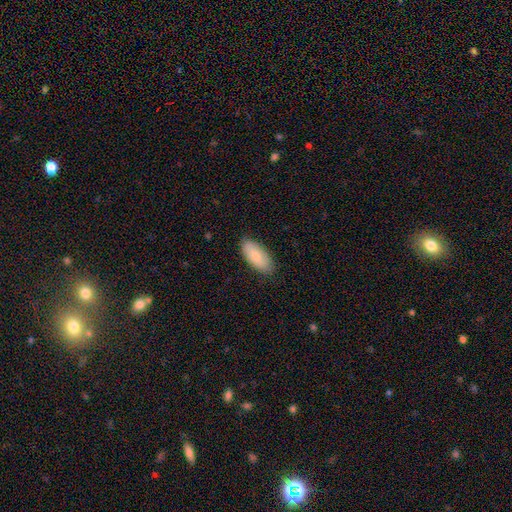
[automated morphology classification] Smooth or featured?
  - smooth: 81% *
  - featured or disk: 14%
  - star or artifact: 6%
How rounded?
  - in between: 89% *
  - cigar-shaped: 9%
  - round: 2%
Merging?
  - none: 85% *
  - minor disturbance: 12%
  - major disturbance: 2%
  - merger: 1%